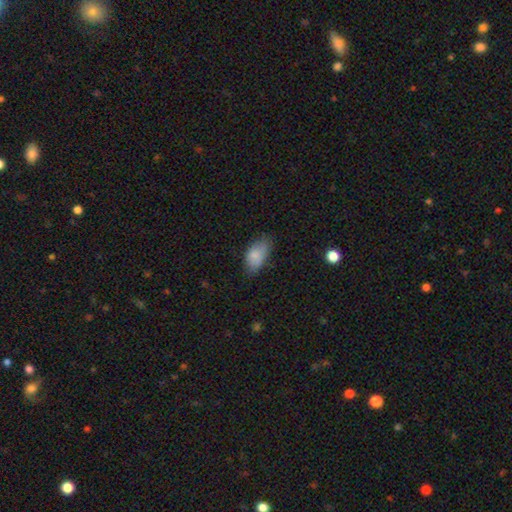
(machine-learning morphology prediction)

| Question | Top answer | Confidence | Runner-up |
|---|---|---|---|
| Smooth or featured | smooth | 81% | featured or disk (11%) |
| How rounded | in between | 93% | round (5%) |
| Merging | none | 59% | minor disturbance (30%) |